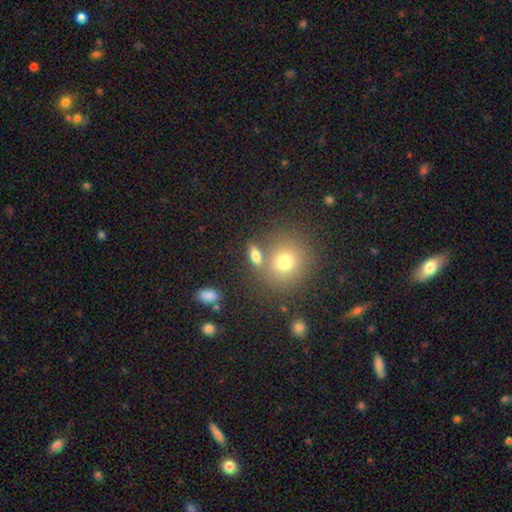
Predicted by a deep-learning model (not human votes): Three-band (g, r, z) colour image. It shows a smooth galaxy with no disk features (74%) that is in between round and cigar-shaped (64%). Merging: none (63%).